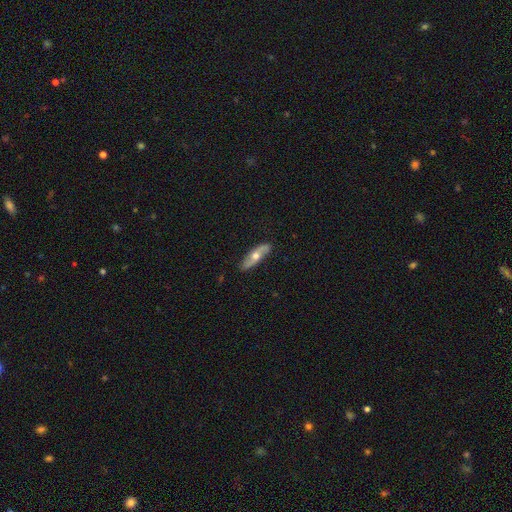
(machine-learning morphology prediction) The model was most divided on "smooth or featured": featured or disk: 51%, smooth: 44%, star or artifact: 5%. More confident: merging — none (84%); edge-on disk — no (54%).